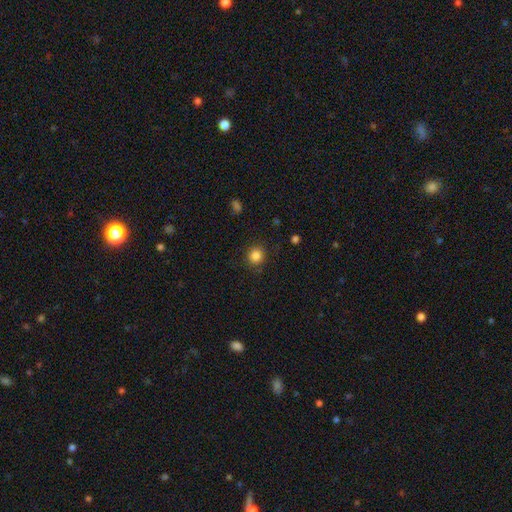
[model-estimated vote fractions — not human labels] Morphology: type=smooth (85%); roundness=round (91%); merging=none (88%).